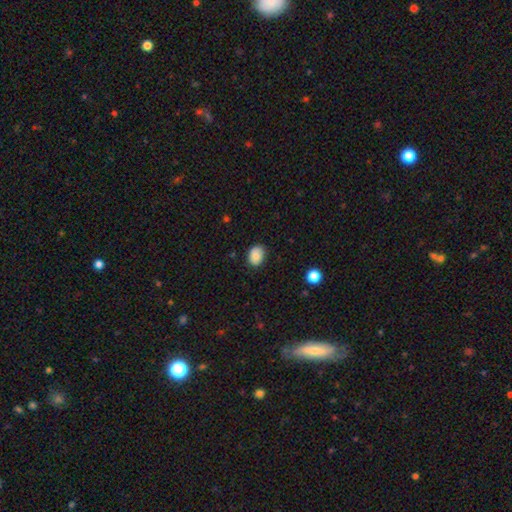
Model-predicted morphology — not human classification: A smooth galaxy with no disk features (82%) that is in between round and cigar-shaped (68%).

Vote fractions:
- Smooth or featured? smooth: 82% / featured or disk: 10% / star or artifact: 8%
- How rounded? in between: 68% / round: 31% / cigar-shaped: 1%
- Merging? none: 79% / minor disturbance: 17% / major disturbance: 3% / merger: 1%